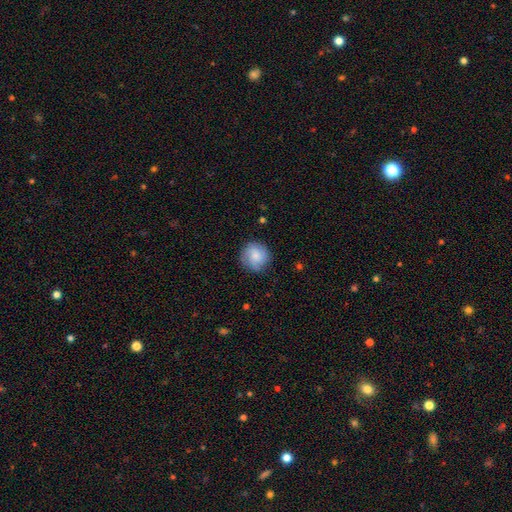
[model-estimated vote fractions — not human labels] Smooth or featured? Predicted: smooth (p=0.72). How rounded? Predicted: round (p=0.91). Merging? Predicted: none (p=0.80).